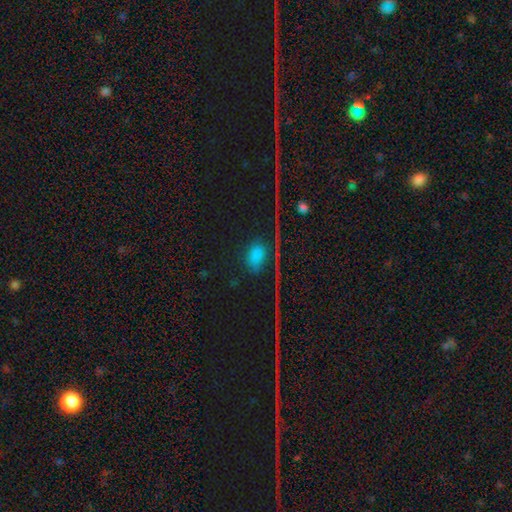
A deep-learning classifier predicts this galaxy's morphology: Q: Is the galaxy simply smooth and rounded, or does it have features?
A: smooth — 48%.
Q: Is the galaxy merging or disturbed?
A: none — 74%.